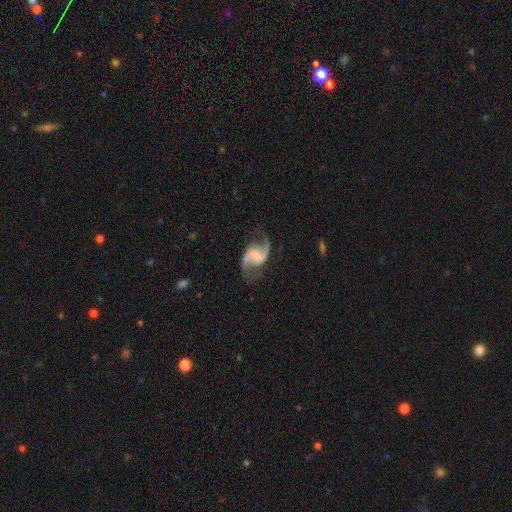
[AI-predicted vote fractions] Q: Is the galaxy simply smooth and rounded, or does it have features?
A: featured or disk — 90%.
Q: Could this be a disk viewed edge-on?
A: no — 98%.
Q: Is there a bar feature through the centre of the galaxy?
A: weak — 46%.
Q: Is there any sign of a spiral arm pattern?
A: yes — 97%.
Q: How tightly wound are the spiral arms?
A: loose — 61%.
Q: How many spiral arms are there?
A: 2 — 93%.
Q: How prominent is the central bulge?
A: small — 54%.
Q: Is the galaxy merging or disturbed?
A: none — 74%.